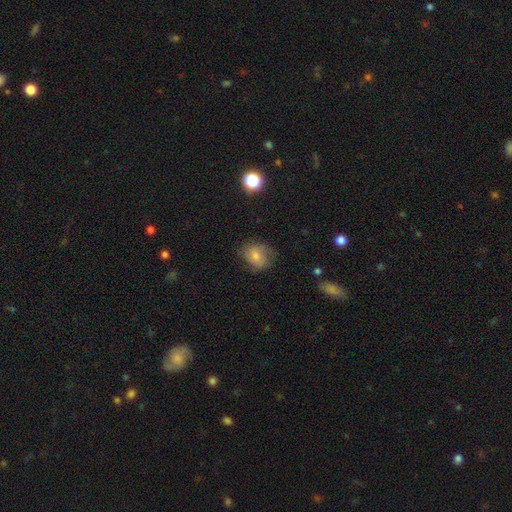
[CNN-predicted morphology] Overall: smooth (61%; featured or disk 26%). How rounded: round (62%; in between 37%). Merging: none (66%).